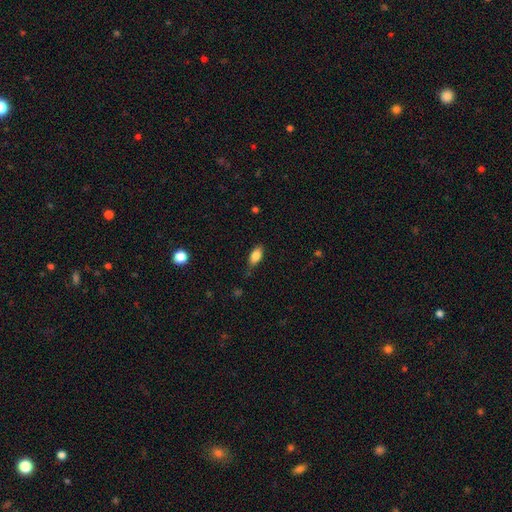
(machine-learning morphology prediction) This appears to be a smooth galaxy with no disk features (83%) that is in between round and cigar-shaped (86%). Merging: none (73%).